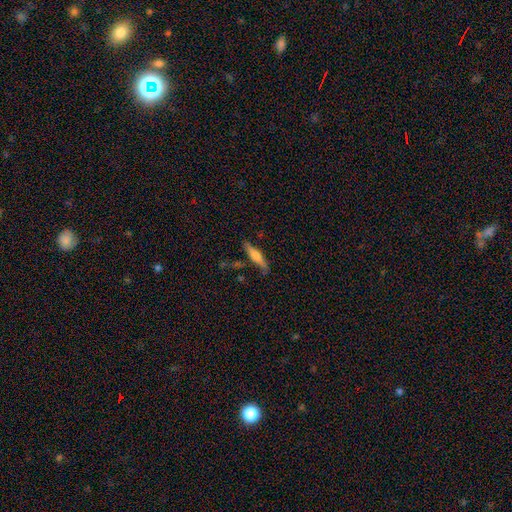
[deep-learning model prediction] A smooth galaxy with no disk features (48%).

Vote fractions:
- Smooth or featured? smooth: 48% / featured or disk: 46% / star or artifact: 6%
- Merging? none: 78% / minor disturbance: 15% / merger: 4% / major disturbance: 3%